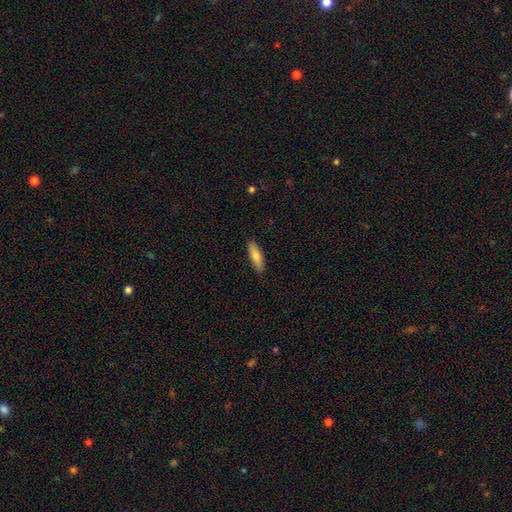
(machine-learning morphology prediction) smooth 80%, featured or disk 14%, star or artifact 6%. Down the decision tree: how rounded — cigar-shaped (51%); merging — none (88%).